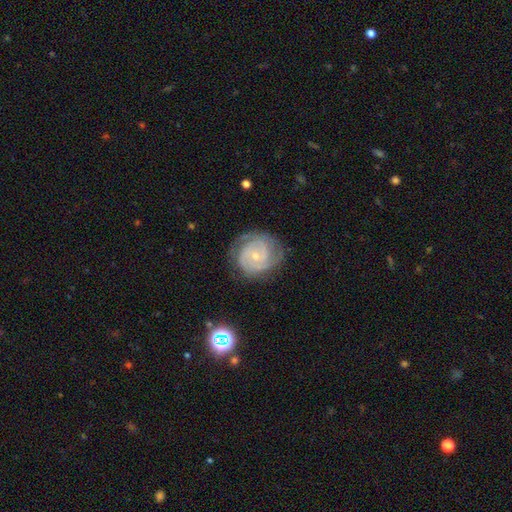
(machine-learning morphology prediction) This is clearly a featured or disk galaxy (88%). It is clearly not viewed edge-on (98%). Bar: likely no (70%). Spiral arm pattern: clearly yes (97%). Spiral arm count: marginally 2 (34%). Spiral winding: likely tight (70%). Central bulge: likely small (76%). Merging: likely none (77%).